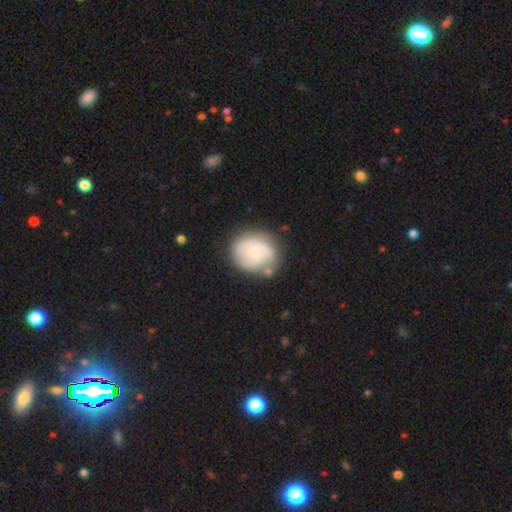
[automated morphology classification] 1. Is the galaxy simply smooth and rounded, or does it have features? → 50% featured or disk, 43% smooth, 7% star or artifact.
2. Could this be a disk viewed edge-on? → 98% no, 2% yes.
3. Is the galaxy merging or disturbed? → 58% none, 23% minor disturbance, 11% major disturbance, 7% merger.